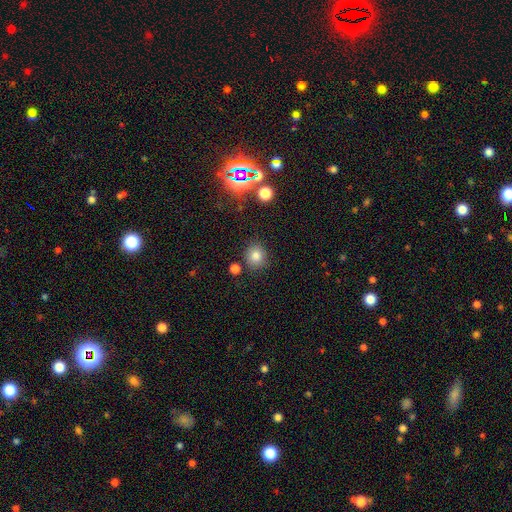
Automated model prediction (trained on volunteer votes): Overall: smooth (79%). How rounded: round (83%). Merging: none (83%).